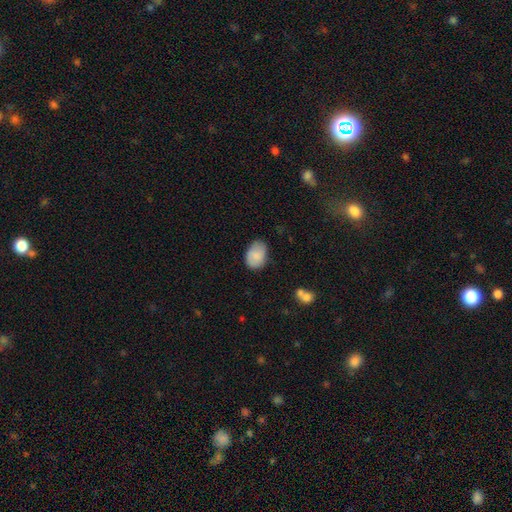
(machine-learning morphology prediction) The model was most divided on "merging": none: 75%, minor disturbance: 20%, major disturbance: 4%, merger: 1%. More confident: smooth or featured — smooth (84%); how rounded — in between (78%).